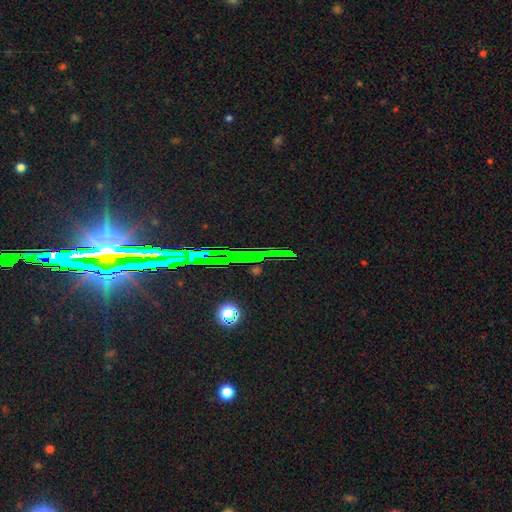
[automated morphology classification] The model was most divided on "smooth or featured": star or artifact: 77%, smooth: 12%, featured or disk: 10%.